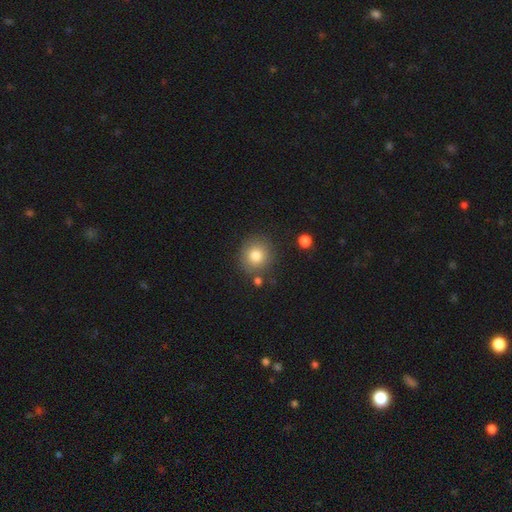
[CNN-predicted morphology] Smooth or featured? smooth (81%)
How rounded? round (88%)
Merging? none (82%)